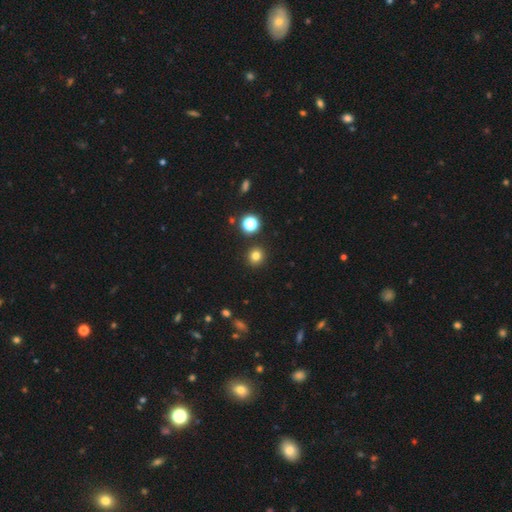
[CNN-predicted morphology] This appears to be a smooth galaxy with no disk features (79%) that is round (91%). Merging: none (90%).